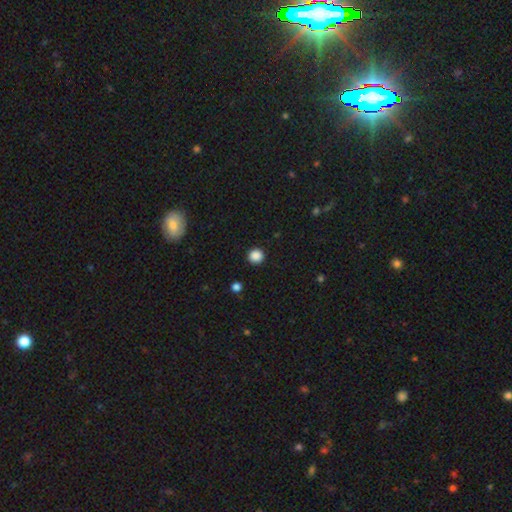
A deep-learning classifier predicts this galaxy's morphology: smooth 87%, star or artifact 11%, featured or disk 2%. Down the decision tree: how rounded — round (94%); merging — none (92%).